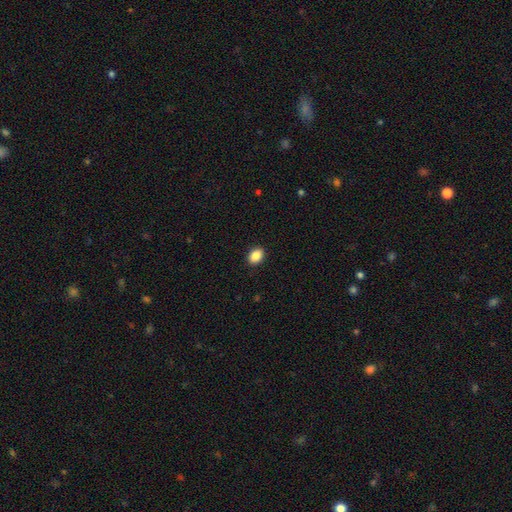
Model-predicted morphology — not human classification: Smooth or featured? Predicted: smooth (p=0.89). How rounded? Predicted: in between (p=0.74). Merging? Predicted: none (p=0.91).